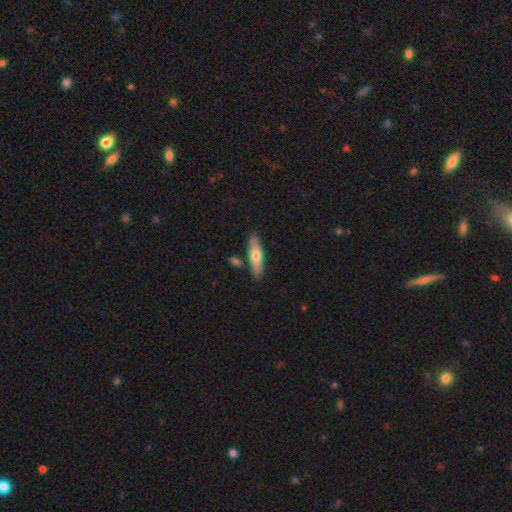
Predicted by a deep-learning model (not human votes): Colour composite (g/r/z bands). It shows a smooth galaxy with no disk features (61%) that is cigar-shaped (62%). Merging: none (82%).